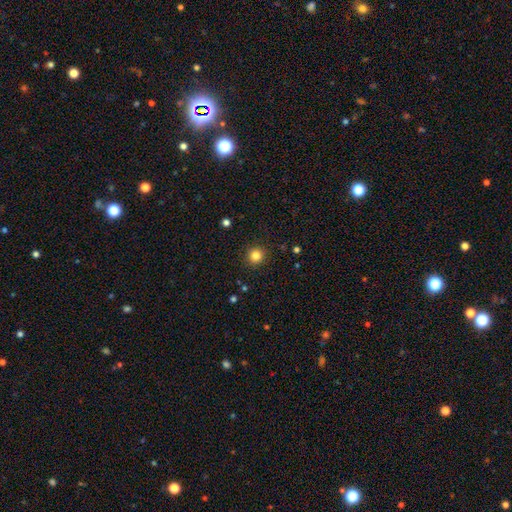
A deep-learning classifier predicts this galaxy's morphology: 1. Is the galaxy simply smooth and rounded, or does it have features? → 83% smooth, 12% star or artifact, 5% featured or disk.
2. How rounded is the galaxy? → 93% round, 6% in between, 1% cigar-shaped.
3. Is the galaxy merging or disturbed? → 91% none, 6% minor disturbance, 2% major disturbance, 1% merger.